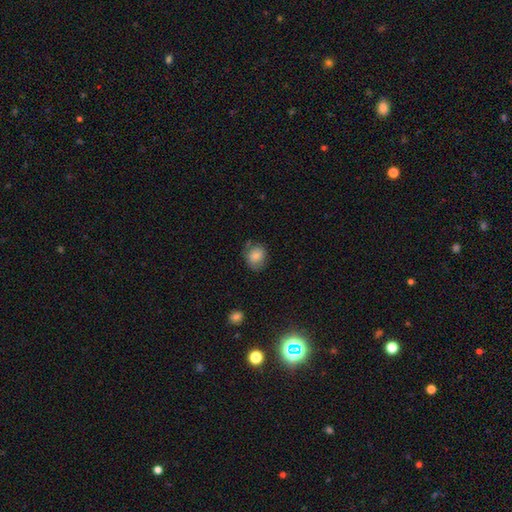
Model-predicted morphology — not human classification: Smooth or featured? smooth (77%)
How rounded? round (59%)
Merging? none (64%)